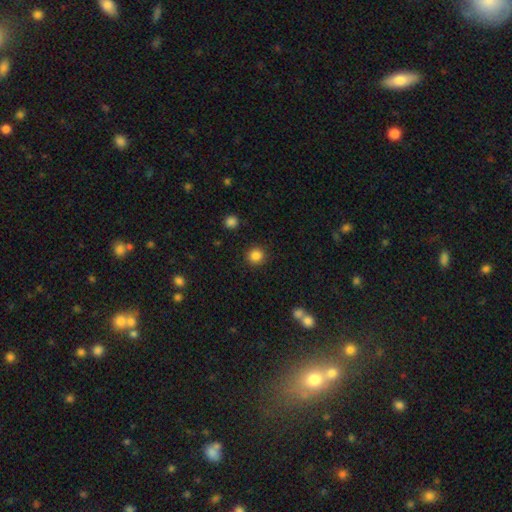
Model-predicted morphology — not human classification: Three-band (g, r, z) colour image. It shows a smooth galaxy with no disk features (85%) that is round (93%). Merging: none (91%).